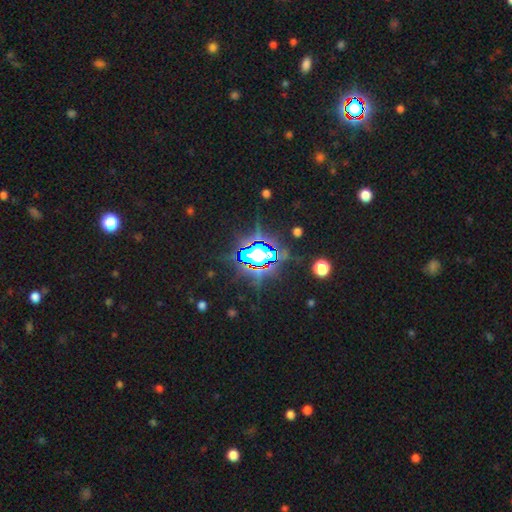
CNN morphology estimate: smooth-or-featured: star or artifact: 74% | smooth: 16% | featured or disk: 11%